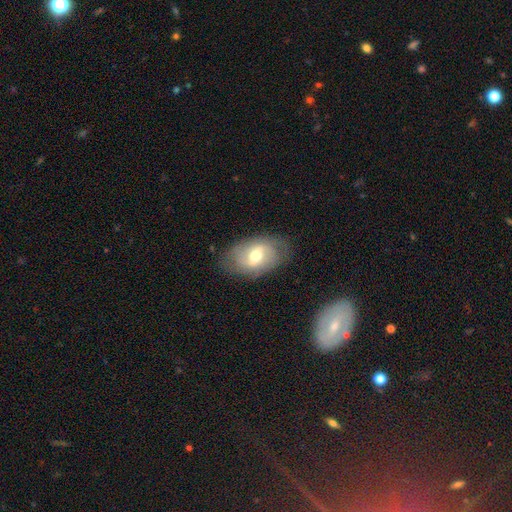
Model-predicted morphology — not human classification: featured or disk 59%, smooth 33%, star or artifact 7%. Down the decision tree: edge-on disk — no (93%); bar — weak (51%); spiral arms — yes (72%); bulge size — moderate (69%); merging — none (76%).